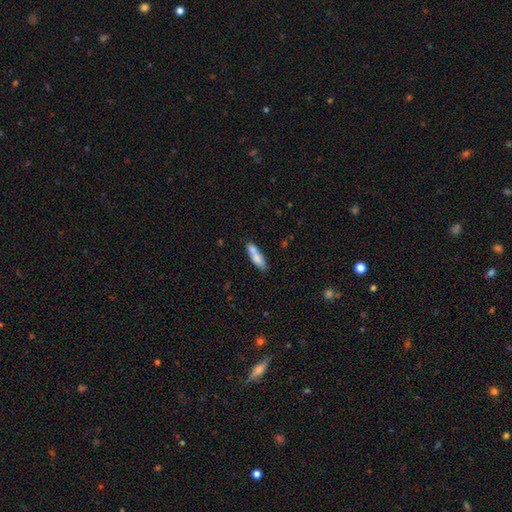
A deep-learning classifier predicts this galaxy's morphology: Overall: smooth (74%). How rounded: cigar-shaped (53%; in between 44%). Merging: none (49%; merger 32%).